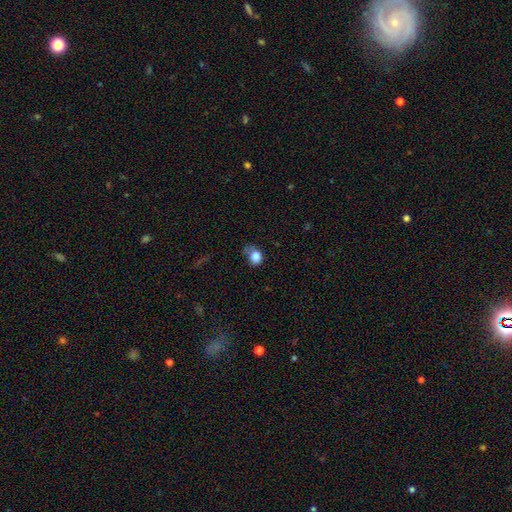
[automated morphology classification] This appears to be a smooth galaxy with no disk features (81%) that is round (54%). Merging: none (45%).